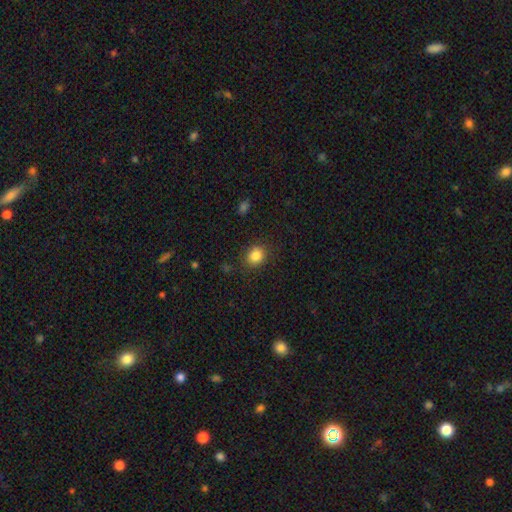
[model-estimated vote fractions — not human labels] Smooth or featured? smooth (84%)
How rounded? round (71%)
Merging? none (85%)